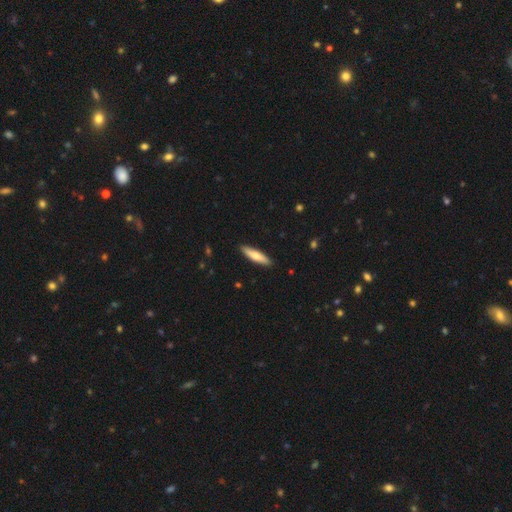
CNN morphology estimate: Smooth or featured?
  - smooth: 66% *
  - featured or disk: 29%
  - star or artifact: 5%
How rounded?
  - cigar-shaped: 75% *
  - in between: 23%
  - round: 2%
Merging?
  - none: 90% *
  - minor disturbance: 7%
  - major disturbance: 1%
  - merger: 1%